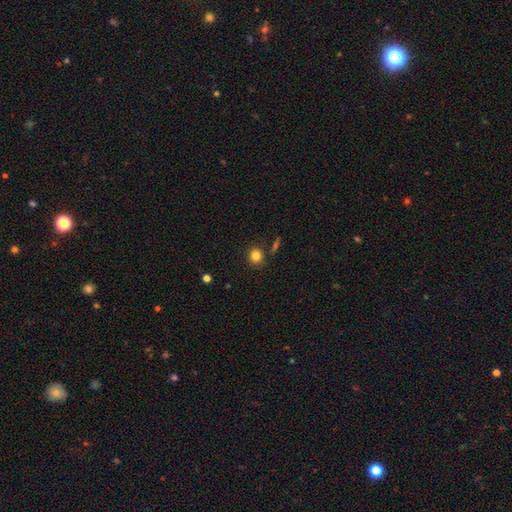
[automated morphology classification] A smooth galaxy with no disk features (83%) that is round (86%).

Vote fractions:
- Smooth or featured? smooth: 83% / star or artifact: 12% / featured or disk: 6%
- How rounded? round: 86% / in between: 13% / cigar-shaped: 1%
- Merging? none: 84% / minor disturbance: 9% / merger: 4% / major disturbance: 3%